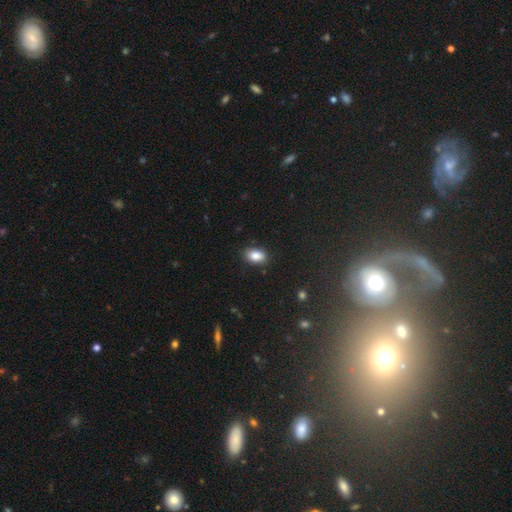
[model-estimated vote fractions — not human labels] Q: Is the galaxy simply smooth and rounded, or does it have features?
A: smooth — 86%.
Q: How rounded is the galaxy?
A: in between — 86%.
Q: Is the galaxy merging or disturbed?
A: none — 86%.